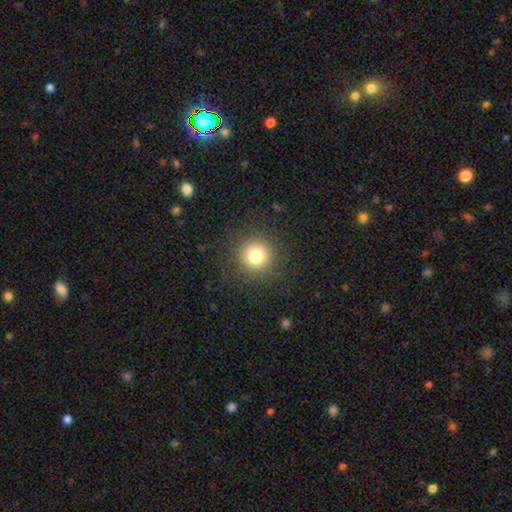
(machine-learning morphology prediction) Q: Smooth or featured?
A: smooth (78%); runner-up: star or artifact (14%)
Q: How rounded?
A: round (95%); runner-up: in between (4%)
Q: Merging?
A: none (90%); runner-up: minor disturbance (6%)